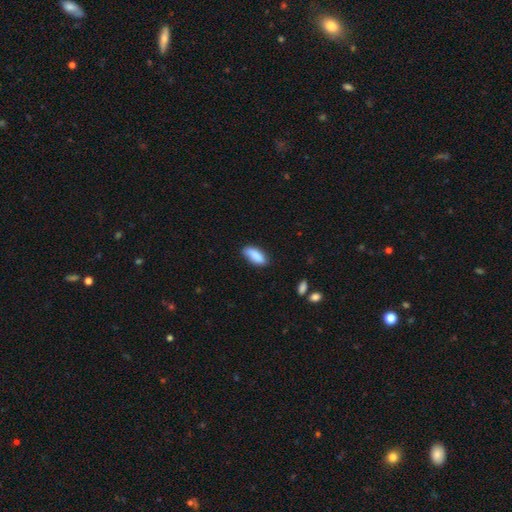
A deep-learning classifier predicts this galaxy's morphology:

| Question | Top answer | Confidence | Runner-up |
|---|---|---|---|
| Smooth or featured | smooth | 87% | featured or disk (7%) |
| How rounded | in between | 80% | cigar-shaped (18%) |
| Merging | none | 75% | minor disturbance (19%) |